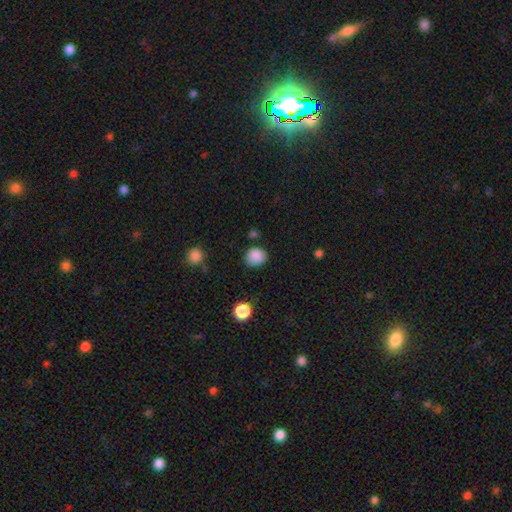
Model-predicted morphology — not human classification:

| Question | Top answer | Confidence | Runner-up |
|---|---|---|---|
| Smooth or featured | smooth | 87% | star or artifact (10%) |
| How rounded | round | 74% | in between (25%) |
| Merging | none | 79% | minor disturbance (15%) |